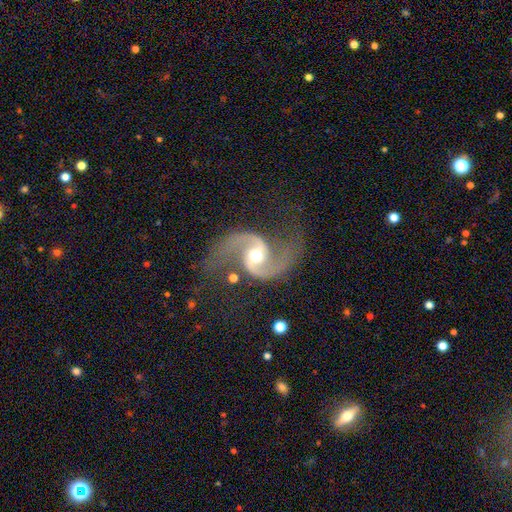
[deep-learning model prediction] smooth_or_featured: featured or disk (p=0.92) [alt: star or artifact p=0.05]
disk_edge_on: no (p=0.98) [alt: yes p=0.02]
bar: no (p=0.44) [alt: weak p=0.37]
has_spiral_arms: yes (p=0.98) [alt: no p=0.02]
spiral_winding: loose (p=0.48) [alt: medium p=0.45]
spiral_arm_count: 2 (p=0.95) [alt: can't tell p=0.01]
bulge_size: moderate (p=0.61) [alt: small p=0.32]
merging: none (p=0.76) [alt: minor disturbance p=0.14]